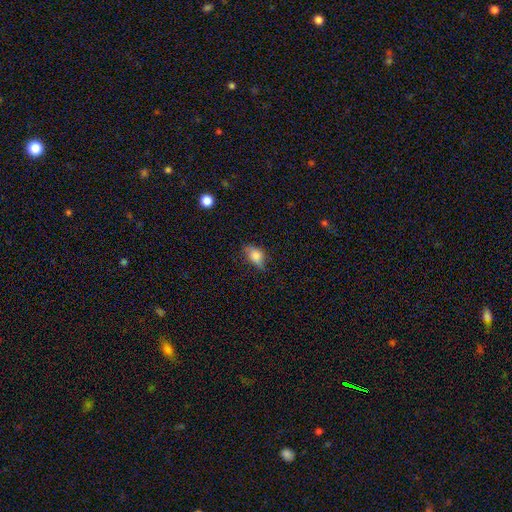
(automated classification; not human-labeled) smooth-or-featured: smooth: 73% | featured or disk: 18% | star or artifact: 9%
  how-rounded: in between: 82% | round: 13% | cigar-shaped: 5%
  merging: none: 58% | minor disturbance: 31% | major disturbance: 9% | merger: 2%